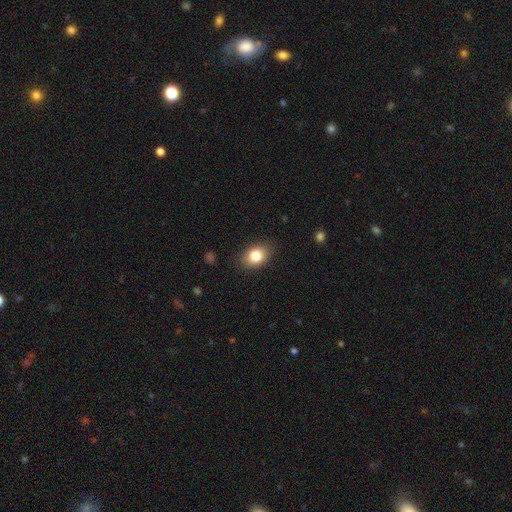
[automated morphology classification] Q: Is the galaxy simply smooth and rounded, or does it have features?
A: smooth — 82%.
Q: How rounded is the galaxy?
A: in between — 74%.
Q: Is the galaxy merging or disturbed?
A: none — 86%.